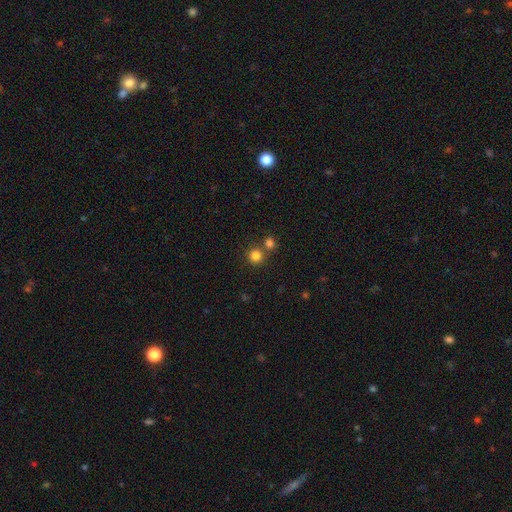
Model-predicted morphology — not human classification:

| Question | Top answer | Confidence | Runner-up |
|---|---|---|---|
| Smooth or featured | smooth | 82% | star or artifact (13%) |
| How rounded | round | 93% | in between (6%) |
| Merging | none | 69% | merger (22%) |